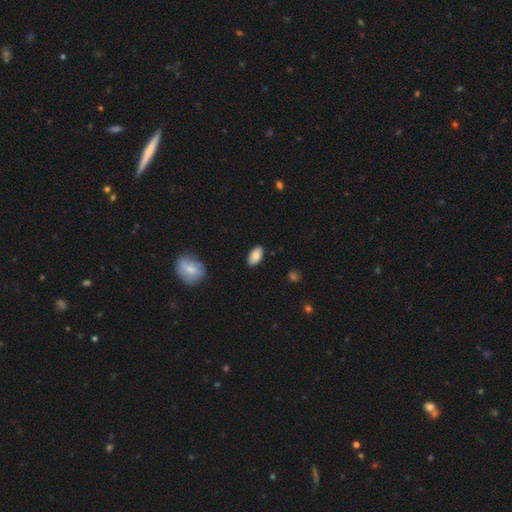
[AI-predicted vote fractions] Smooth or featured: smooth — 84% (featured or disk — 8%)
How rounded: in between — 94% (round — 3%)
Merging: none — 85% (minor disturbance — 12%)